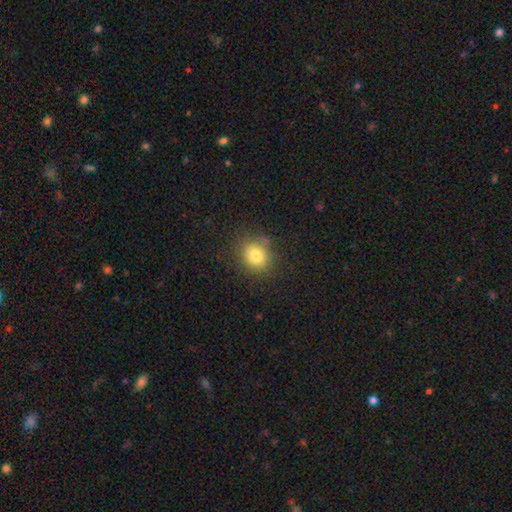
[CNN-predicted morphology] smooth 78%, star or artifact 13%, featured or disk 9%. Down the decision tree: how rounded — round (77%); merging — none (78%).